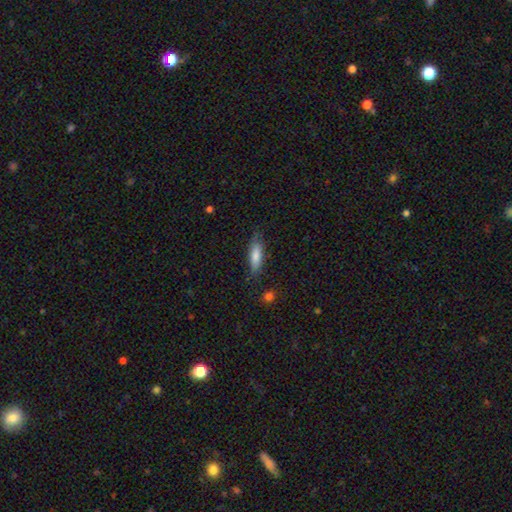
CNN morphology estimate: smooth-or-featured: smooth: 77% | featured or disk: 16% | star or artifact: 7%
  how-rounded: cigar-shaped: 56% | in between: 43% | round: 2%
  merging: none: 77% | minor disturbance: 18% | major disturbance: 4% | merger: 2%